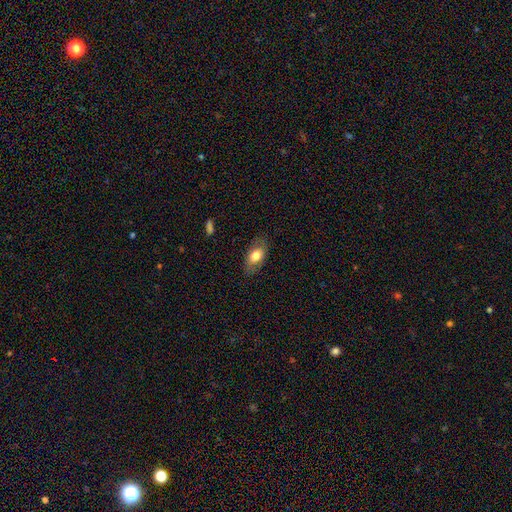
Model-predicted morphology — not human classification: This appears to be a smooth galaxy with no disk features (72%) that is in between round and cigar-shaped (90%). Merging: none (79%).